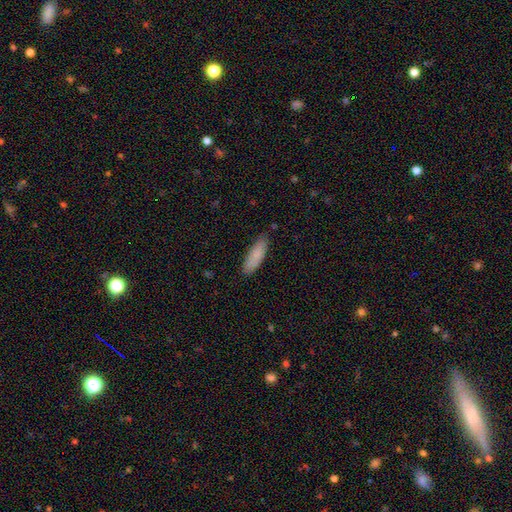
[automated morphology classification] A smooth galaxy with no disk features (85%) that is cigar-shaped (51%).

Vote fractions:
- Smooth or featured? smooth: 85% / featured or disk: 9% / star or artifact: 6%
- How rounded? cigar-shaped: 51% / in between: 48% / round: 1%
- Merging? none: 83% / minor disturbance: 14% / major disturbance: 2% / merger: 1%